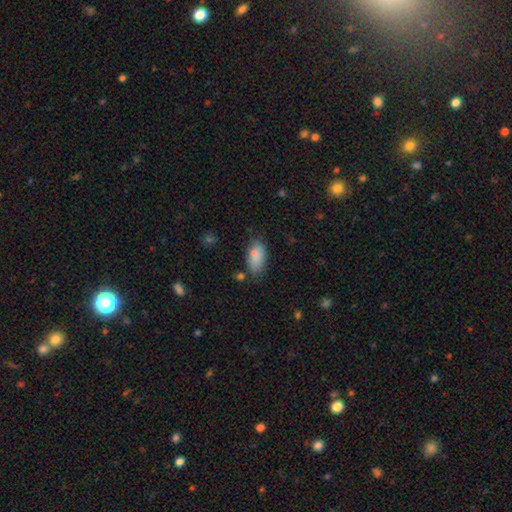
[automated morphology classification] The model was most divided on "merging": none: 67%, minor disturbance: 21%, merger: 6%, major disturbance: 5%. More confident: how rounded — in between (91%); smooth or featured — smooth (83%).